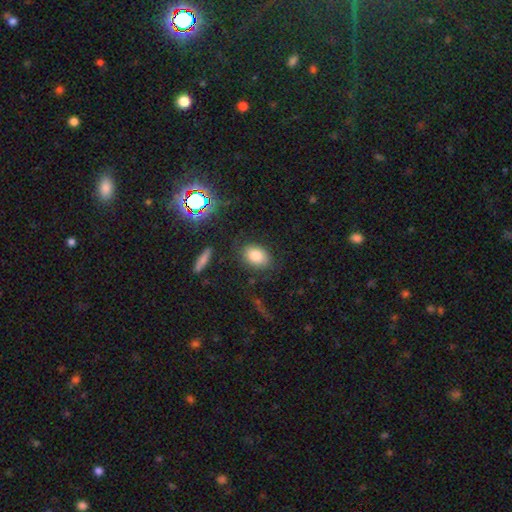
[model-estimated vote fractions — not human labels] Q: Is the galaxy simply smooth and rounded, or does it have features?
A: smooth — 80%.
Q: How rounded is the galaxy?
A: in between — 78%.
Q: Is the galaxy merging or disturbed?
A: none — 80%.